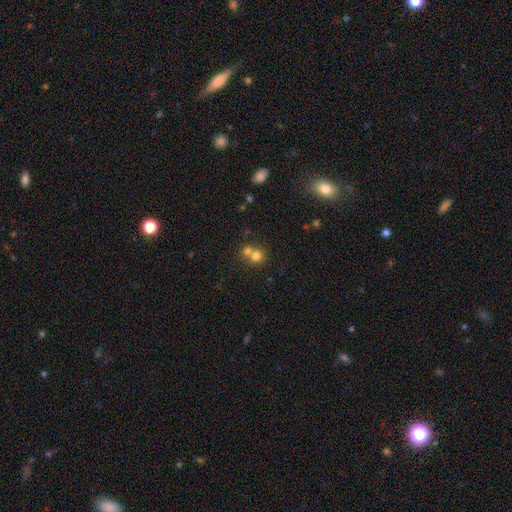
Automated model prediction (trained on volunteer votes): Smooth or featured: smooth — 74% (star or artifact — 14%)
How rounded: round — 86% (in between — 14%)
Merging: merger — 51% (none — 41%)